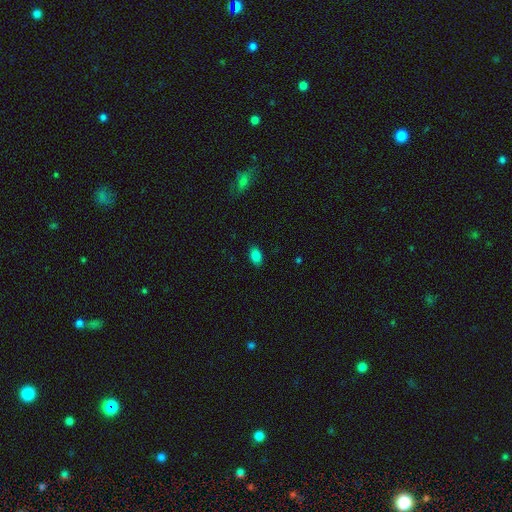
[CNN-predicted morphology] Overall: smooth (85%). How rounded: in between (88%). Merging: none (87%).